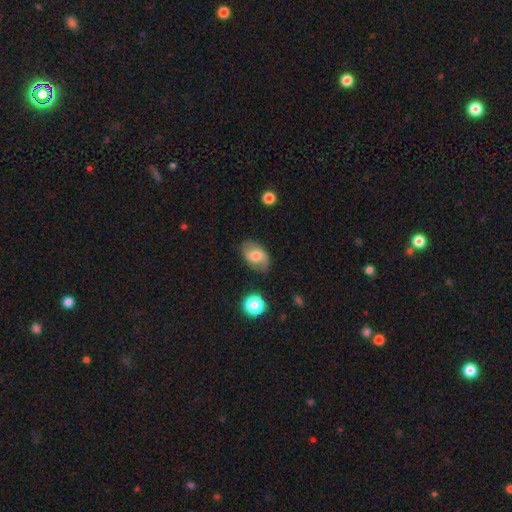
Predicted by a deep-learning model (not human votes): Morphology: type=smooth (53%); roundness=in between (86%); merging=none (78%).